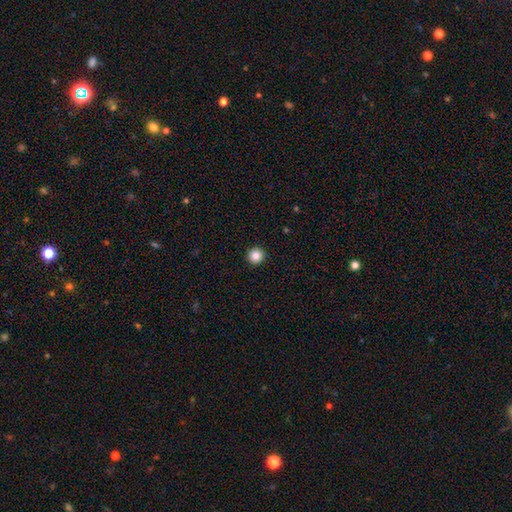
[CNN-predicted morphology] This is clearly a smooth galaxy (86%). How rounded: clearly round (96%). Merging: clearly none (94%).